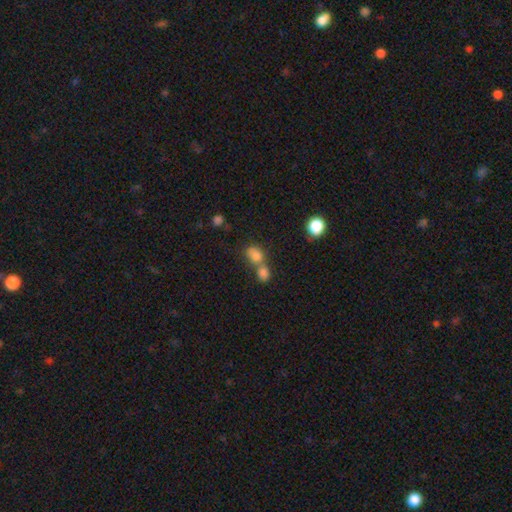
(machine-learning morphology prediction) Smooth or featured: smooth — 79% (star or artifact — 12%)
How rounded: in between — 52% (round — 47%)
Merging: merger — 60% (none — 29%)